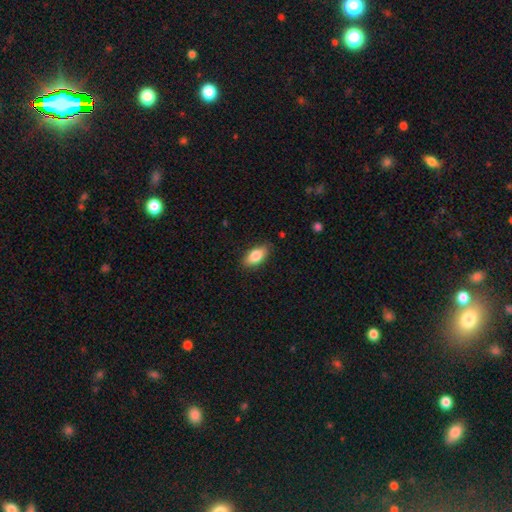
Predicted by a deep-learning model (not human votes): This is clearly a smooth galaxy (83%). How rounded: clearly in between (90%). Merging: clearly none (83%).